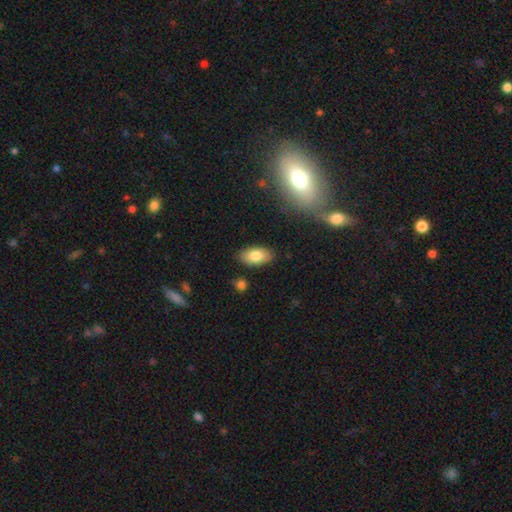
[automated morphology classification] type=smooth (81%); roundness=in between (93%); merging=none (86%).